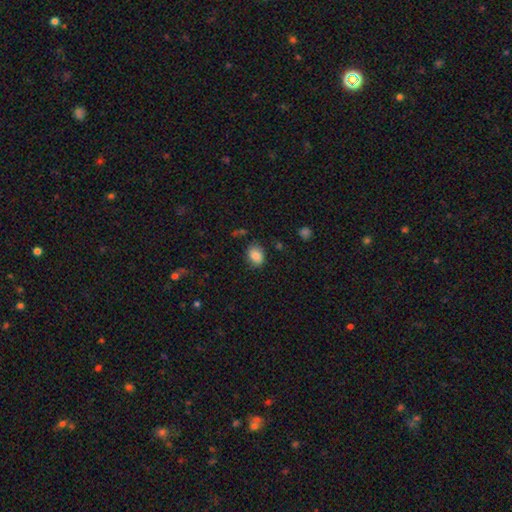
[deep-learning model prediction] smooth-or-featured: smooth: 85% | star or artifact: 9% | featured or disk: 6%
  how-rounded: in between: 64% | round: 35% | cigar-shaped: 1%
  merging: none: 79% | minor disturbance: 15% | major disturbance: 4% | merger: 2%